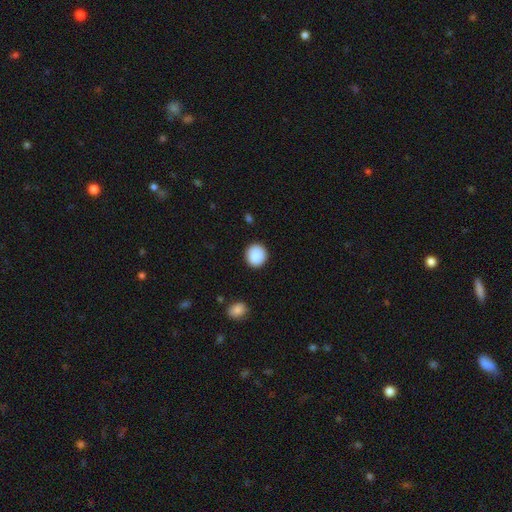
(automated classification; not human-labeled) Smooth or featured?
  - smooth: 87% *
  - star or artifact: 8%
  - featured or disk: 6%
How rounded?
  - round: 91% *
  - in between: 8%
  - cigar-shaped: 1%
Merging?
  - none: 89% *
  - minor disturbance: 8%
  - major disturbance: 2%
  - merger: 1%